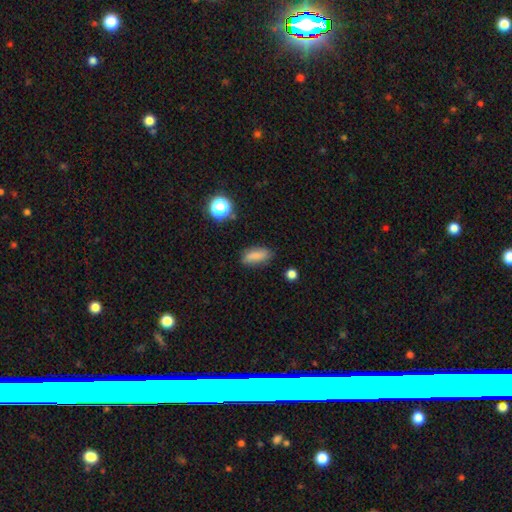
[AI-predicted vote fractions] Smooth or featured?
  - smooth: 81% *
  - star or artifact: 10%
  - featured or disk: 8%
How rounded?
  - in between: 73% *
  - cigar-shaped: 23%
  - round: 4%
Merging?
  - none: 78% *
  - minor disturbance: 16%
  - major disturbance: 4%
  - merger: 2%